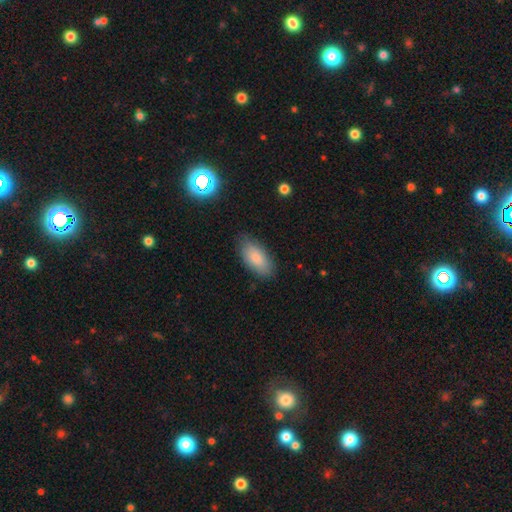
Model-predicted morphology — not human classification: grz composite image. It shows a smooth galaxy with no disk features (82%) that is in between round and cigar-shaped (90%). Merging: none (83%).